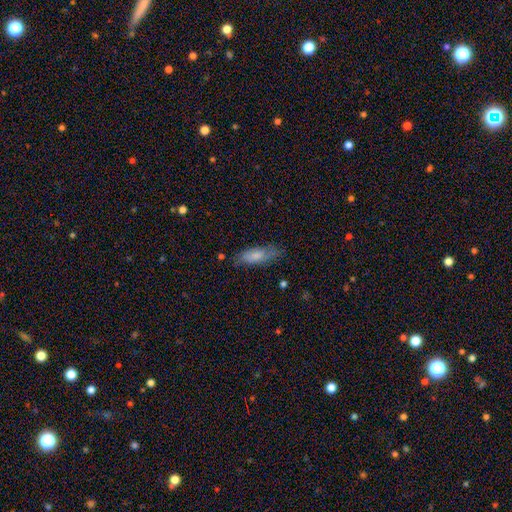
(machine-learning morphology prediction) Q: Smooth or featured?
A: smooth (72%); runner-up: featured or disk (21%)
Q: How rounded?
A: in between (59%); runner-up: cigar-shaped (39%)
Q: Merging?
A: none (72%); runner-up: minor disturbance (21%)